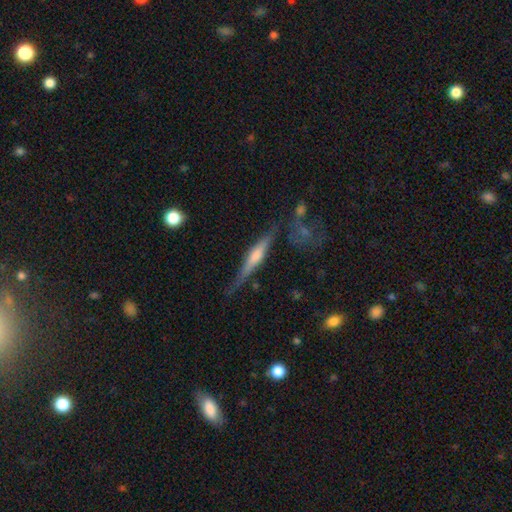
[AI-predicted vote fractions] smooth_or_featured: featured or disk (p=0.75) [alt: smooth p=0.17]
disk_edge_on: yes (p=0.96) [alt: no p=0.04]
edge_on_bulge: rounded (p=0.75) [alt: boxy p=0.15]
merging: none (p=0.74) [alt: minor disturbance p=0.16]